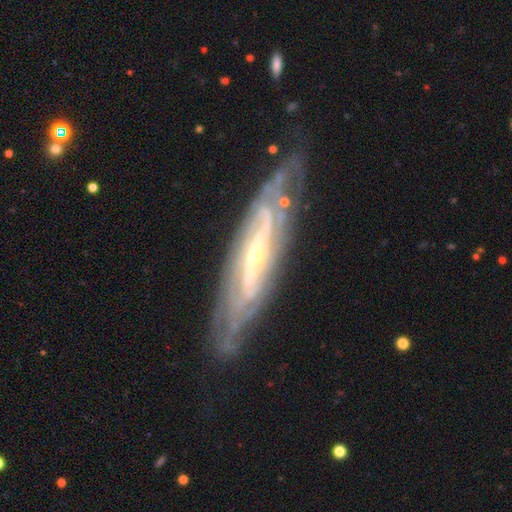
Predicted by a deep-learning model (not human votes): Smooth or featured?
  - featured or disk: 85% *
  - smooth: 9%
  - star or artifact: 6%
Edge-on disk?
  - no: 68% *
  - yes: 32%
Bar?
  - no: 38% *
  - weak: 31%
  - strong: 30%
Spiral arms?
  - yes: 90% *
  - no: 10%
Spiral winding?
  - tight: 61% *
  - medium: 29%
  - loose: 10%
Spiral arm count?
  - can't tell: 48% *
  - 2: 27%
  - 3: 8%
  - 4: 7%
  - more than 4: 6%
  - 1: 4%
Bulge size?
  - small: 74% *
  - moderate: 22%
  - large: 2%
  - none: 2%
  - dominant: 1%
Merging?
  - none: 73% *
  - minor disturbance: 19%
  - major disturbance: 6%
  - merger: 2%